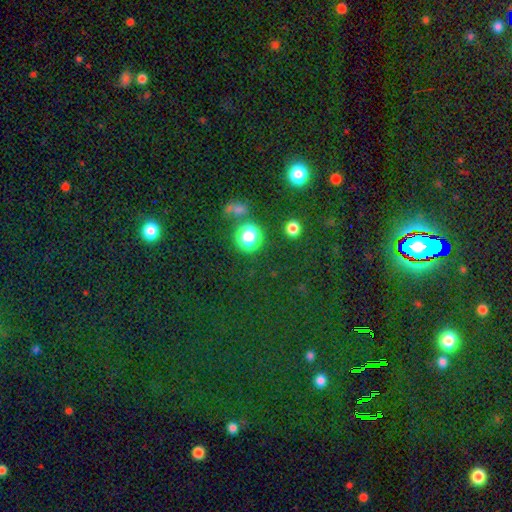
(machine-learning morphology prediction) This appears to be a star or artifact, not a galaxy (61%).